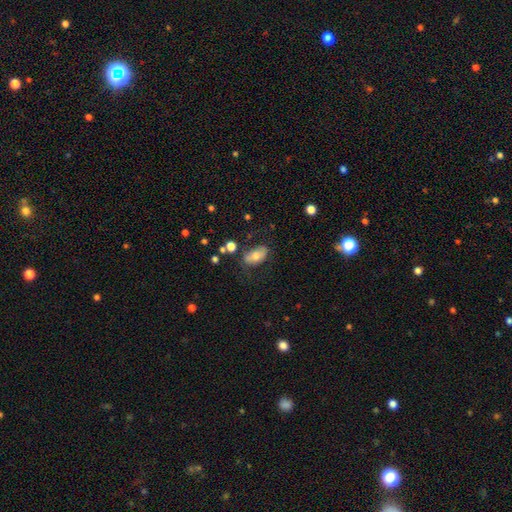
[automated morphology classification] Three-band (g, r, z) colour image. It shows a smooth galaxy with no disk features (63%) that is in between round and cigar-shaped (90%). Merging: none (68%).